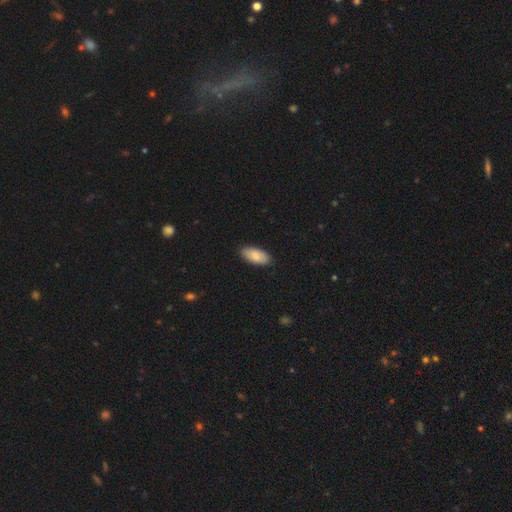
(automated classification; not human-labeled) smooth-or-featured: smooth: 86% | featured or disk: 8% | star or artifact: 6%
  how-rounded: in between: 91% | cigar-shaped: 7% | round: 2%
  merging: none: 88% | minor disturbance: 9% | major disturbance: 2% | merger: 1%